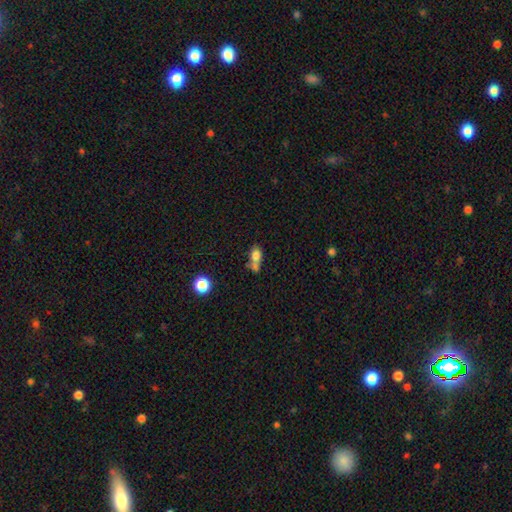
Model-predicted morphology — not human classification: A smooth galaxy with no disk features (74%) that is in between round and cigar-shaped (62%). Merging: merger (49%).